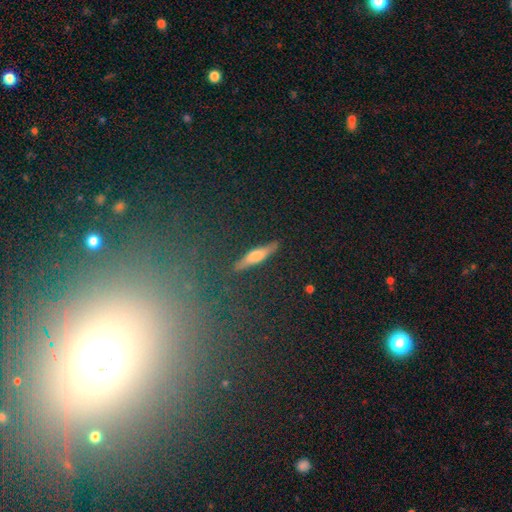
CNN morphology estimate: smooth 51%, featured or disk 39%, star or artifact 10%. Down the decision tree: how rounded — cigar-shaped (83%); merging — none (86%).